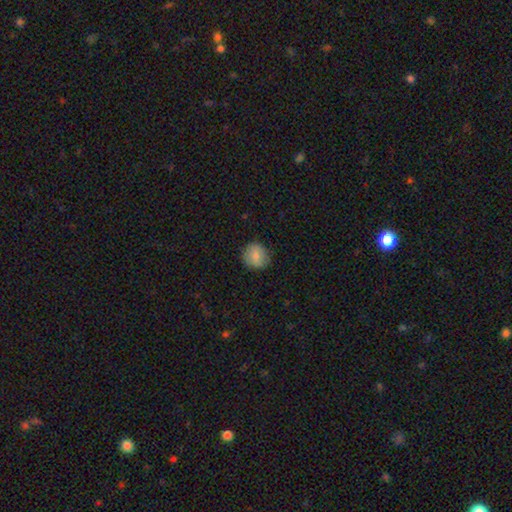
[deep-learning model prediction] Smooth or featured? smooth (82%)
How rounded? round (84%)
Merging? none (84%)